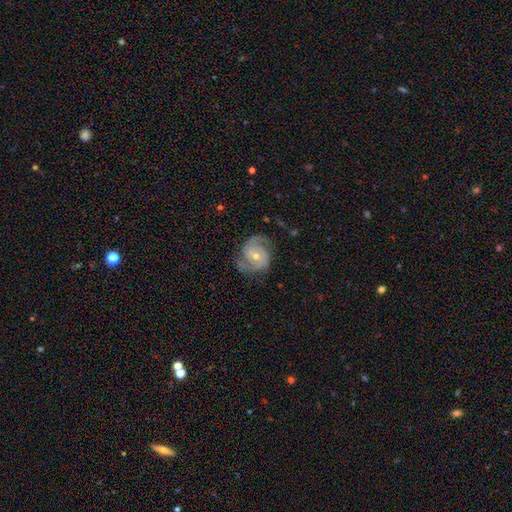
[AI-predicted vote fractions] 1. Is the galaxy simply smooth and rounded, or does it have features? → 88% featured or disk, 6% star or artifact, 6% smooth.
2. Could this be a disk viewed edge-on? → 98% no, 2% yes.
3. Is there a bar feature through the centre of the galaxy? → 59% no, 31% weak, 10% strong.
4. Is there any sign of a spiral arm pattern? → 98% yes, 2% no.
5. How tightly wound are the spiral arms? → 48% medium, 41% tight, 11% loose.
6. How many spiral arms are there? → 81% 2, 9% 3, 4% can't tell, 2% 1, 2% 4, 2% more than 4.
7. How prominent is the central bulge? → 51% small, 46% moderate, 2% large, 1% none, 1% dominant.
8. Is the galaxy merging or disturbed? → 76% none, 16% minor disturbance, 6% major disturbance, 1% merger.